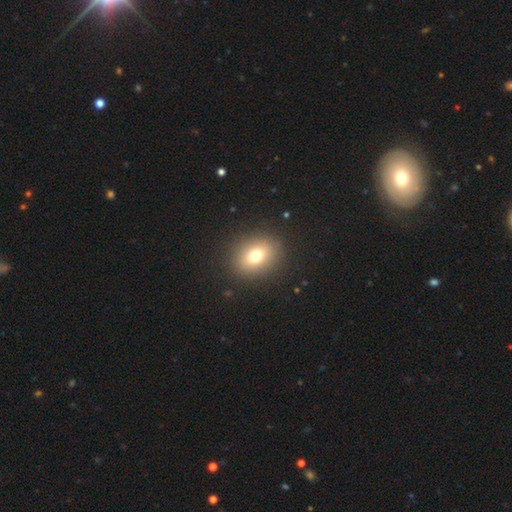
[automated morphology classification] smooth 73%, star or artifact 13%, featured or disk 13%. Down the decision tree: how rounded — round (51%); merging — none (89%).